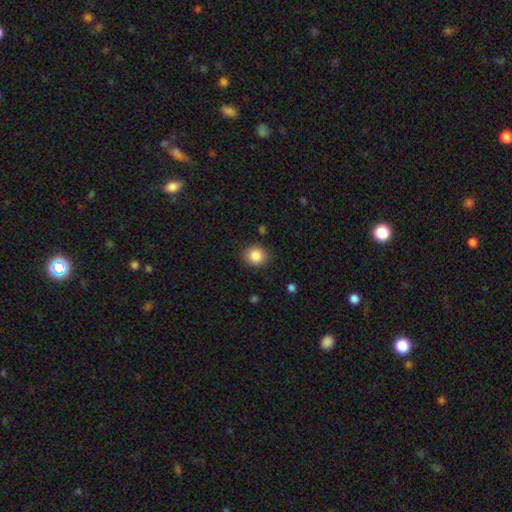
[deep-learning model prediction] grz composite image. It shows a smooth galaxy with no disk features (86%) that is round (84%). Merging: none (86%).